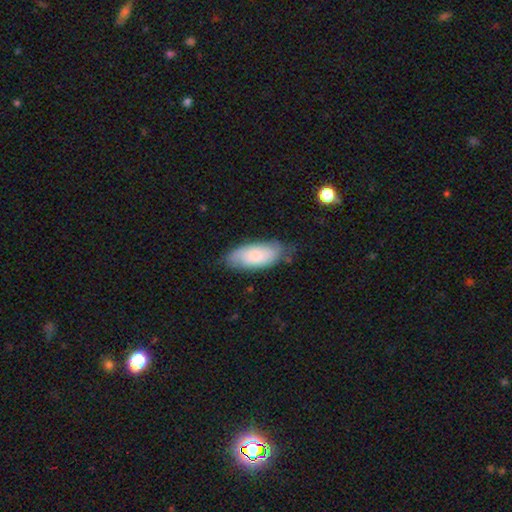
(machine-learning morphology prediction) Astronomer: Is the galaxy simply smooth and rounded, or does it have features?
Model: smooth — 67%.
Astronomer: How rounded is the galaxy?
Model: in between — 88%.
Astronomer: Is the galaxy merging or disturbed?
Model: none — 68%.